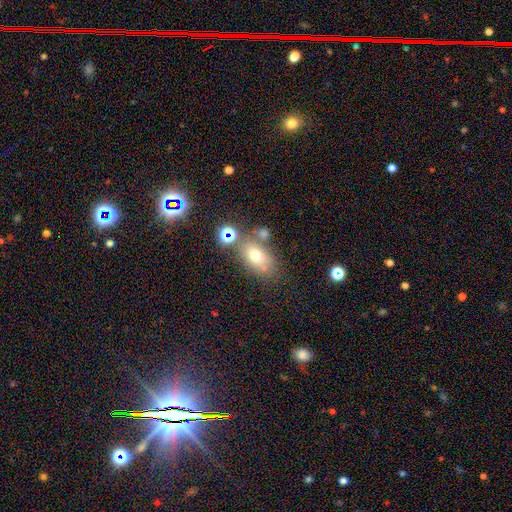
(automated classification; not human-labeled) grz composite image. It shows a smooth galaxy with no disk features (67%) that is in between round and cigar-shaped (78%). Merging: none (62%).